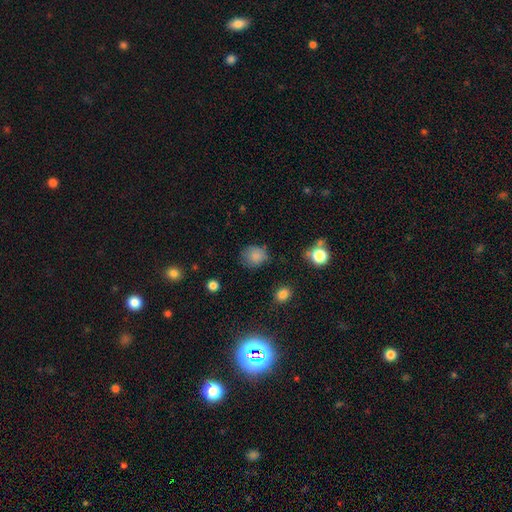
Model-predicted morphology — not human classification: smooth 82%, star or artifact 12%, featured or disk 6%. Down the decision tree: how rounded — round (73%); merging — none (71%).